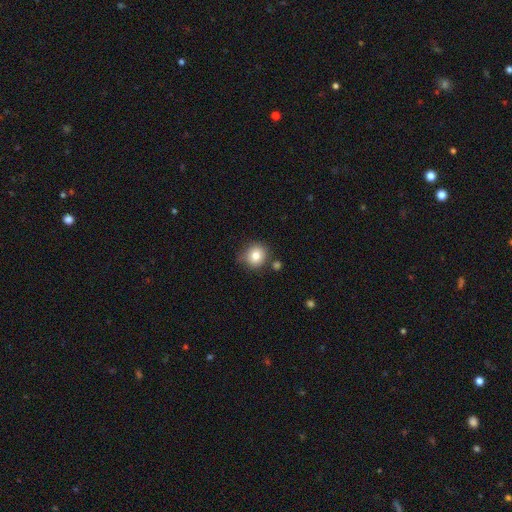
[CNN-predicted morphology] This appears to be a smooth galaxy with no disk features (80%) that is round (86%). Merging: none (72%).